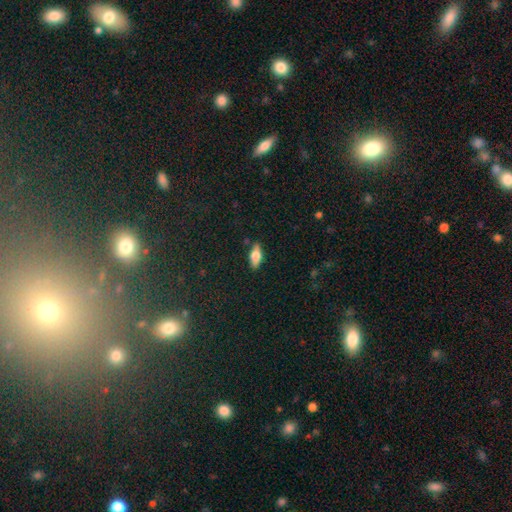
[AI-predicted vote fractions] This is possibly a smooth galaxy (58%). How rounded: likely in between (75%). Merging: clearly none (86%).